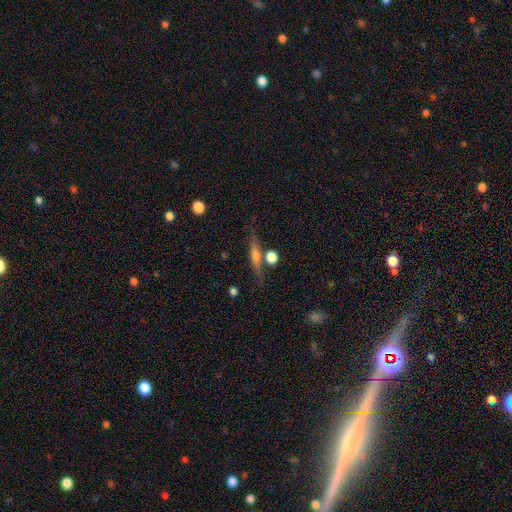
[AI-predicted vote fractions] Smooth or featured?
  - featured or disk: 51% *
  - smooth: 40%
  - star or artifact: 9%
Edge-on disk?
  - yes: 91% *
  - no: 9%
Merging?
  - none: 74% *
  - minor disturbance: 12%
  - merger: 10%
  - major disturbance: 4%